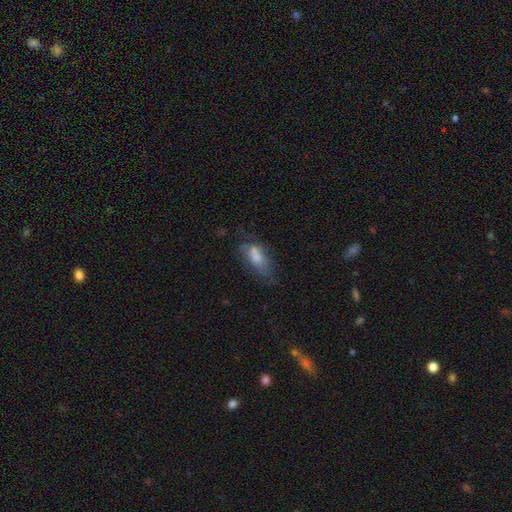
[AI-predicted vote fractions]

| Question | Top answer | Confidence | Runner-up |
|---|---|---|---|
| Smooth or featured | smooth | 55% | featured or disk (33%) |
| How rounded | in between | 74% | cigar-shaped (22%) |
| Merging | none | 45% | minor disturbance (25%) |